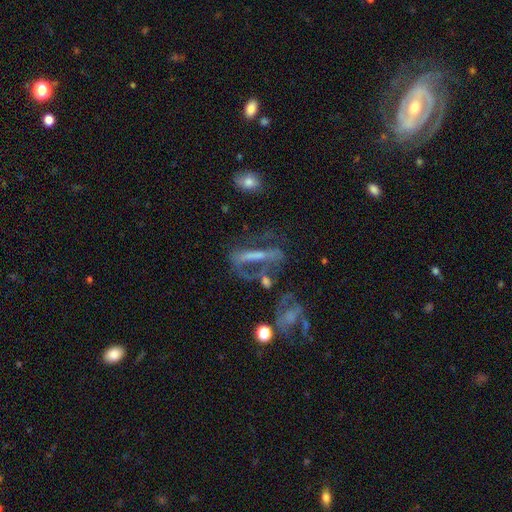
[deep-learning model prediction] This is likely a featured or disk galaxy (63%). It is likely not viewed edge-on (68%). Merging: marginally none (39%).